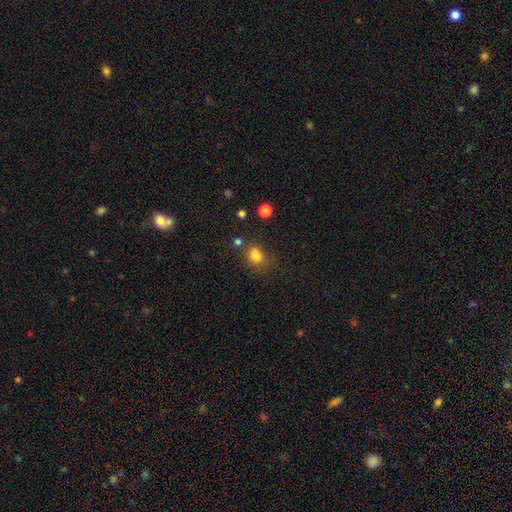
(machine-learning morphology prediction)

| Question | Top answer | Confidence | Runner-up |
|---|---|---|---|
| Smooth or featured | smooth | 79% | star or artifact (13%) |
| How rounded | round | 57% | in between (42%) |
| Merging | none | 58% | minor disturbance (20%) |